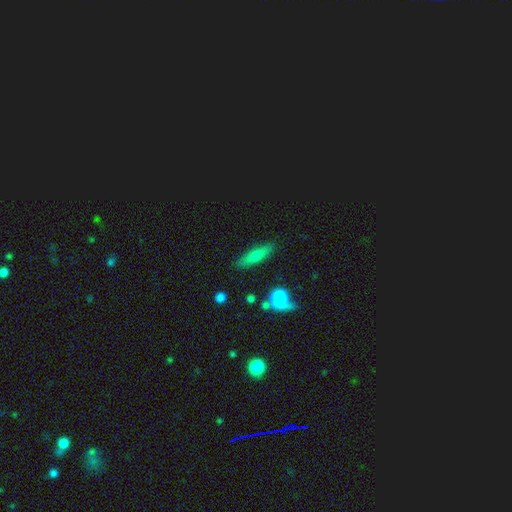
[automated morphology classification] A smooth galaxy with no disk features (57%) that is cigar-shaped (63%). Merging: none (84%).